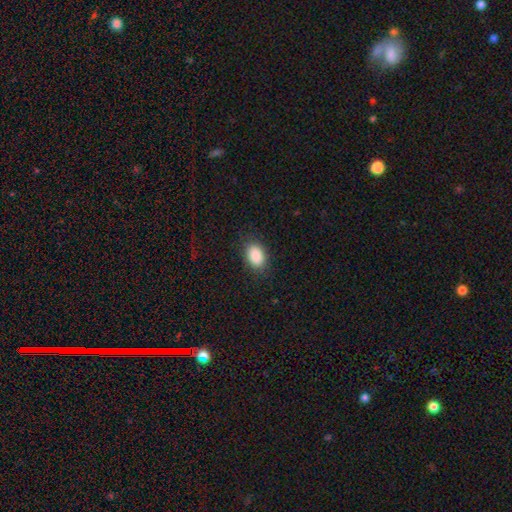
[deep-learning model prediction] Q: Smooth or featured?
A: smooth (89%); runner-up: star or artifact (8%)
Q: How rounded?
A: in between (85%); runner-up: round (14%)
Q: Merging?
A: none (84%); runner-up: minor disturbance (11%)